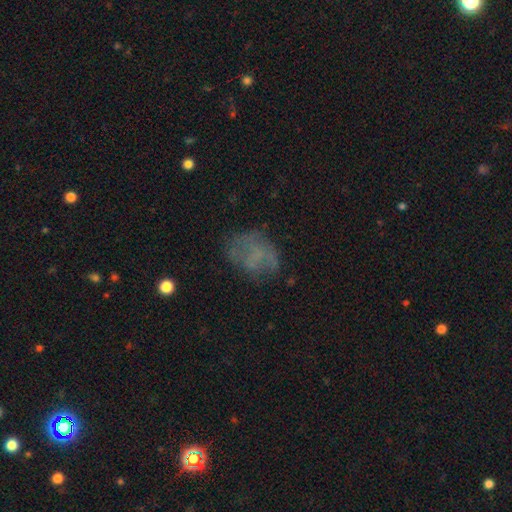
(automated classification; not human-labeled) This appears to be a smooth galaxy with no disk features (44%). Merging: none (55%).